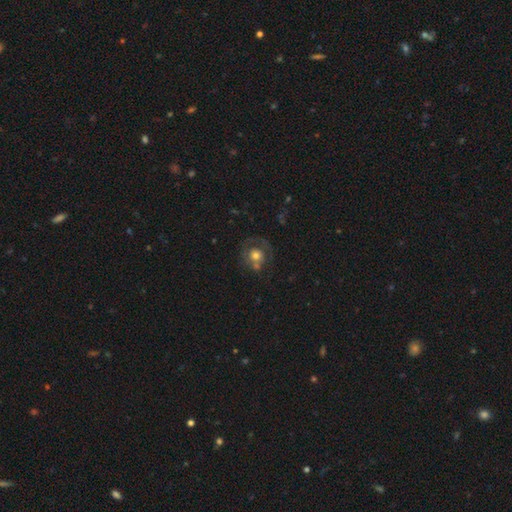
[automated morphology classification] Overall: smooth (49%; featured or disk 41%). Merging: none (46%; major disturbance 20%).